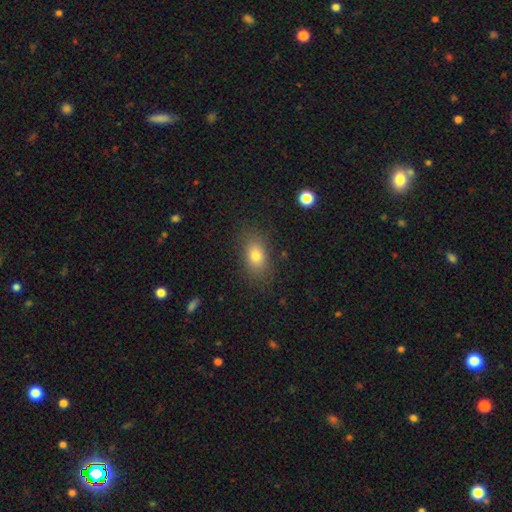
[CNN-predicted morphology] type=smooth (78%); roundness=in between (83%); merging=none (82%).